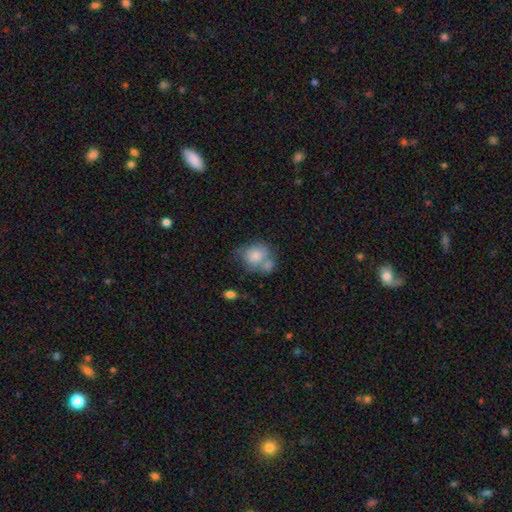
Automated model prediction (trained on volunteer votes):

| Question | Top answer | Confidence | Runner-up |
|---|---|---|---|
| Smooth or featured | smooth | 77% | featured or disk (16%) |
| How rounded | round | 57% | in between (42%) |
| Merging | merger | 44% | none (31%) |